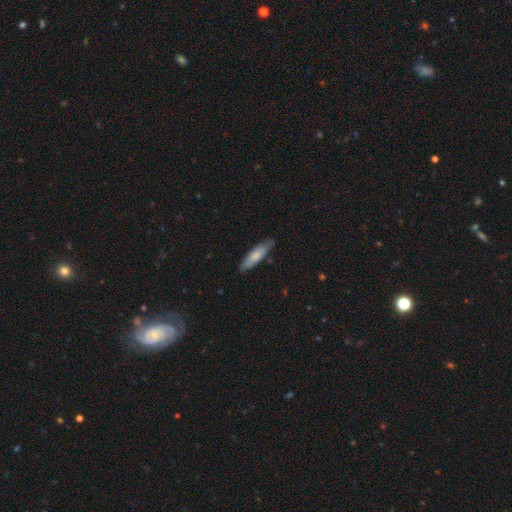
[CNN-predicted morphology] smooth 71%, featured or disk 23%, star or artifact 5%. Down the decision tree: how rounded — cigar-shaped (67%); merging — none (80%).